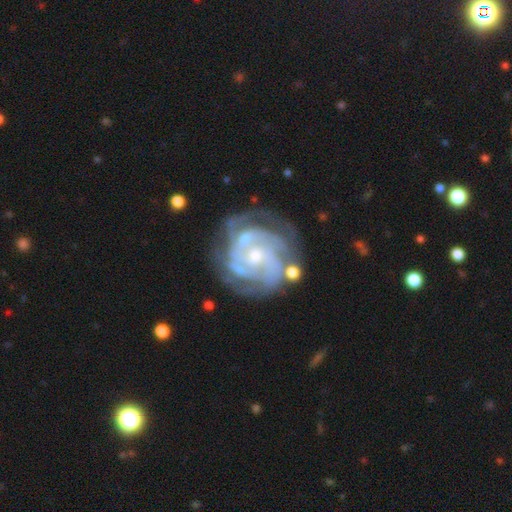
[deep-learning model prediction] The model was most divided on "spiral arm count": 3: 30%, can't tell: 24%, 4: 19%, 2: 15%, more than 4: 6%, 1: 5%. More confident: edge-on disk — no (98%); spiral arms — yes (96%); smooth or featured — featured or disk (88%); bar — no (68%); spiral winding — tight (67%); merging — none (63%); bulge size — small (53%).